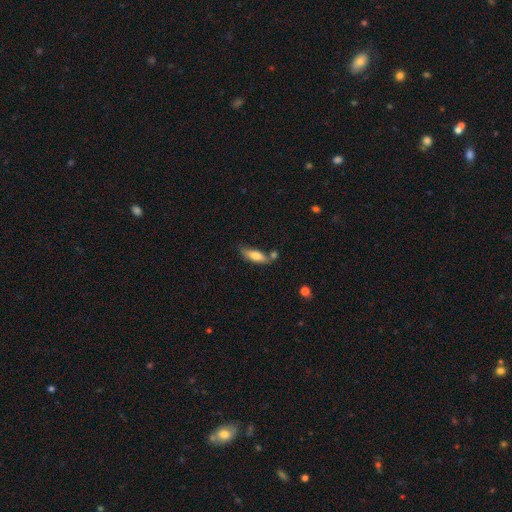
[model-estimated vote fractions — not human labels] This is likely a smooth galaxy (70%). How rounded: possibly in between (54%). Merging: possibly none (54%).